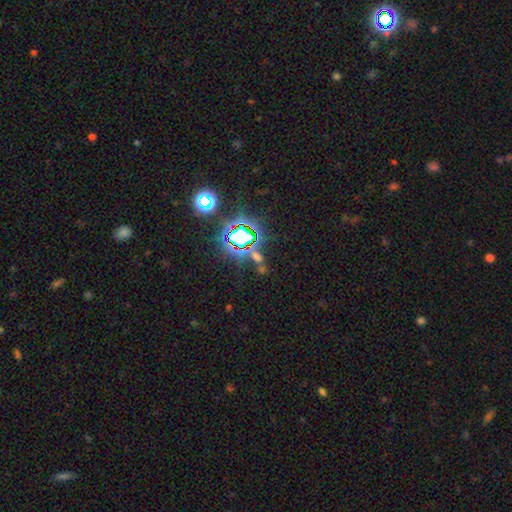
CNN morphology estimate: Overall: star or artifact (63%; smooth 28%).